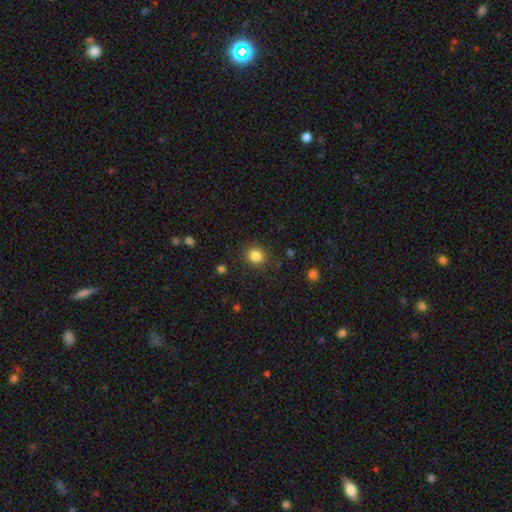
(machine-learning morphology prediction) Smooth or featured? smooth (84%)
How rounded? round (83%)
Merging? none (87%)